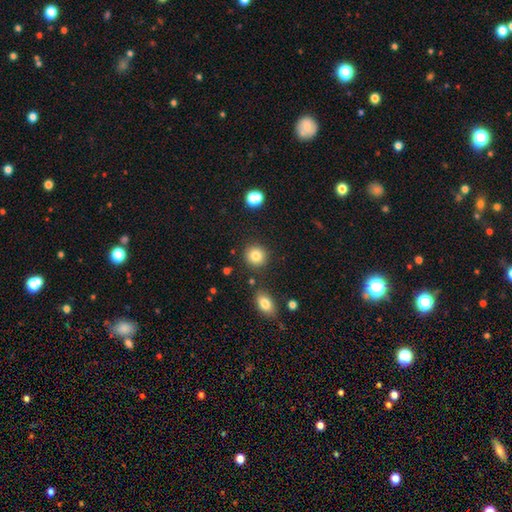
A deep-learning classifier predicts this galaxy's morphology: A smooth galaxy with no disk features (83%) that is round (90%). Merging: none (86%).